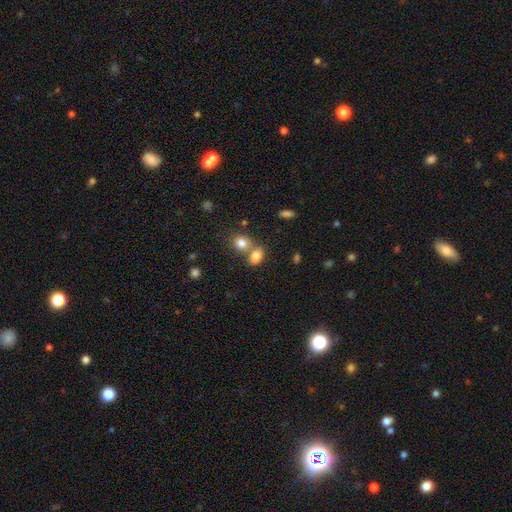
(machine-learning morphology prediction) This appears to be a smooth galaxy with no disk features (80%) that is in between round and cigar-shaped (76%). Merging: merger (43%).